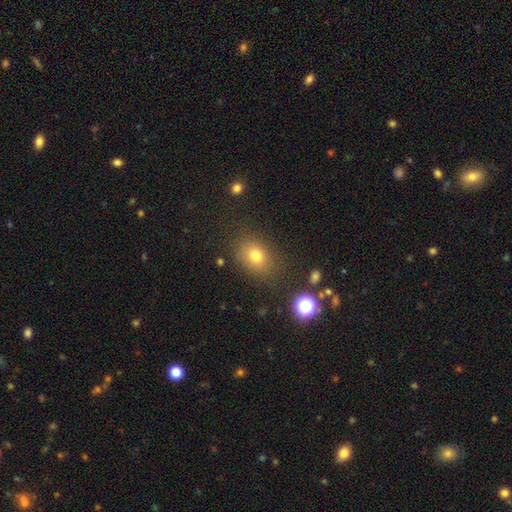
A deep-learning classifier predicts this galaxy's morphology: Smooth or featured? Predicted: smooth (p=0.75). How rounded? Predicted: in between (p=0.52). Merging? Predicted: none (p=0.78).